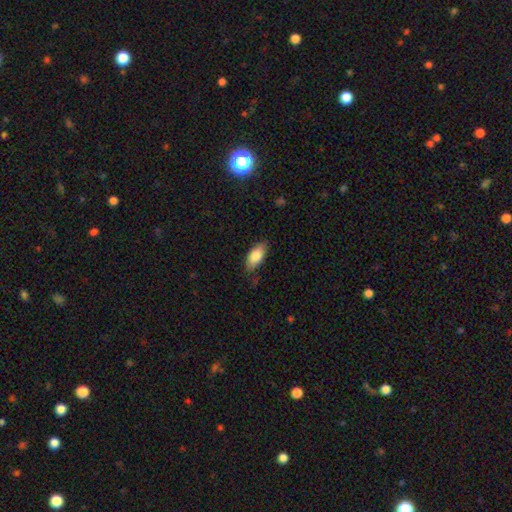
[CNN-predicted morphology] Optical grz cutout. It shows a smooth galaxy with no disk features (84%) that is in between round and cigar-shaped (90%). Merging: none (78%).